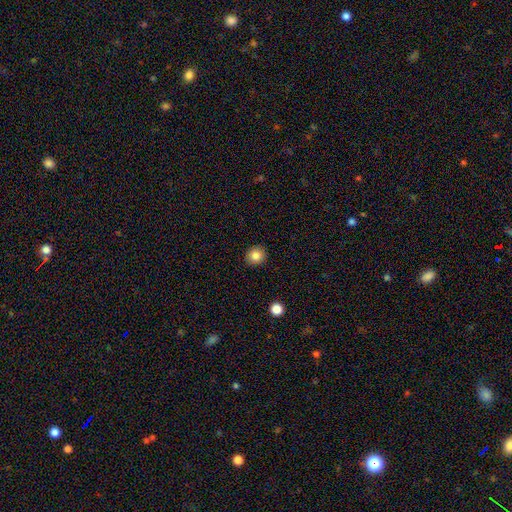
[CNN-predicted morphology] Smooth or featured? Predicted: smooth (p=0.84). How rounded? Predicted: round (p=0.86). Merging? Predicted: none (p=0.91).